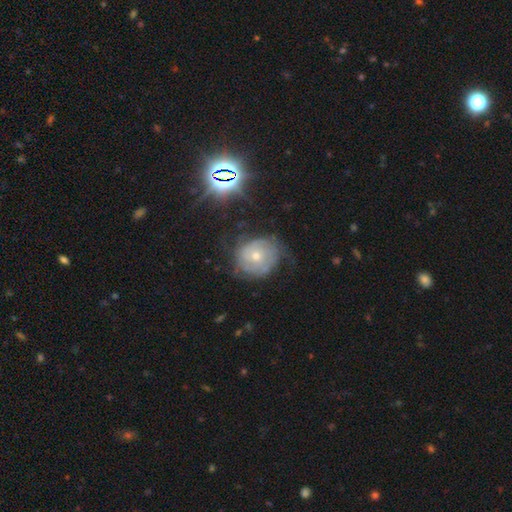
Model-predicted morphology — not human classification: Q: Smooth or featured?
A: featured or disk (62%); runner-up: smooth (28%)
Q: Edge-on disk?
A: no (97%); runner-up: yes (3%)
Q: Bar?
A: no (81%); runner-up: weak (16%)
Q: Spiral arms?
A: yes (76%); runner-up: no (24%)
Q: Bulge size?
A: moderate (50%); runner-up: small (45%)
Q: Merging?
A: none (58%); runner-up: minor disturbance (26%)